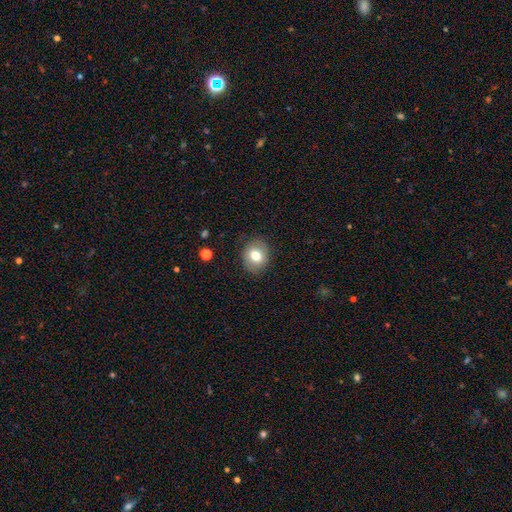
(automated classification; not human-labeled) Smooth or featured: smooth — 74% (featured or disk — 17%)
How rounded: round — 62% (in between — 37%)
Merging: none — 85% (minor disturbance — 11%)